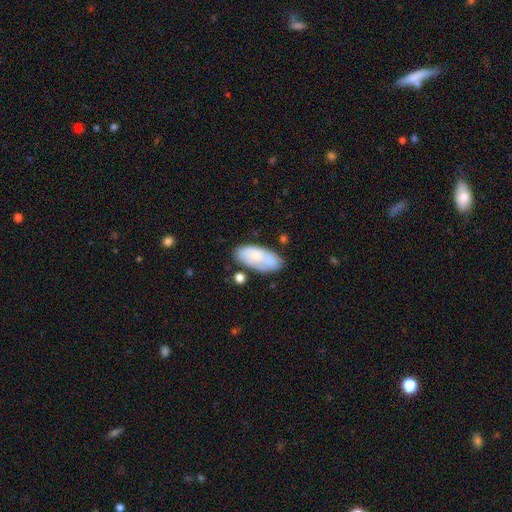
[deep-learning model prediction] Overall: smooth (65%; featured or disk 28%). How rounded: in between (90%). Merging: none (65%).